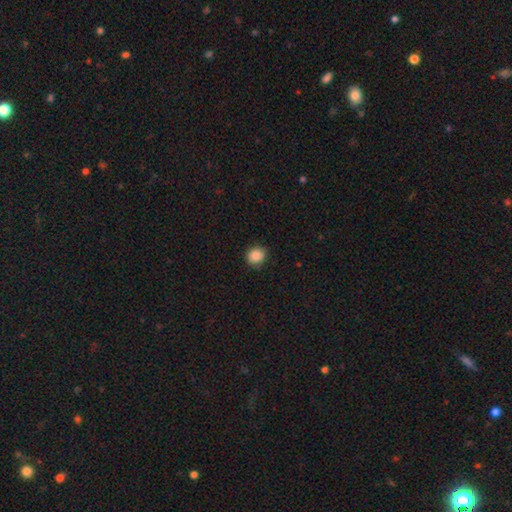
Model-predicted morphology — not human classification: A smooth galaxy with no disk features (87%) that is round (76%).

Vote fractions:
- Smooth or featured? smooth: 87% / star or artifact: 9% / featured or disk: 4%
- How rounded? round: 76% / in between: 23% / cigar-shaped: 1%
- Merging? none: 85% / minor disturbance: 12% / major disturbance: 2% / merger: 1%